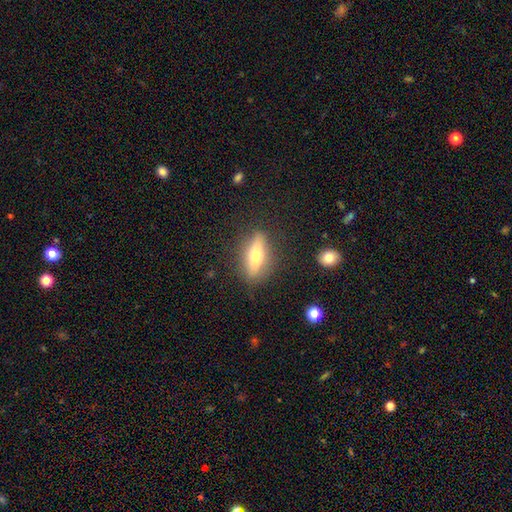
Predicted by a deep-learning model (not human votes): This is possibly a smooth galaxy (51%). How rounded: possibly cigar-shaped (50%). Merging: clearly none (84%).